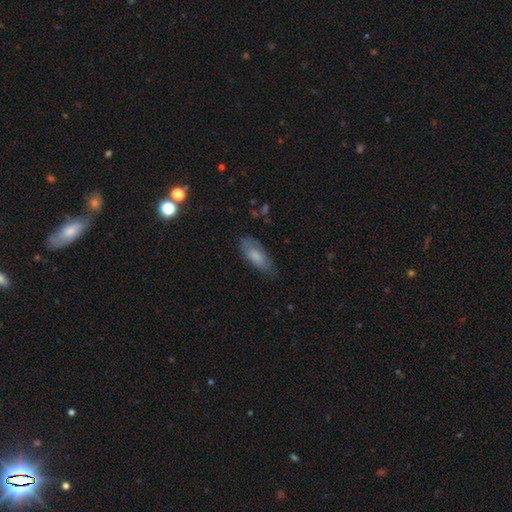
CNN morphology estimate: Smooth or featured? smooth (78%)
How rounded? in between (74%)
Merging? none (71%)